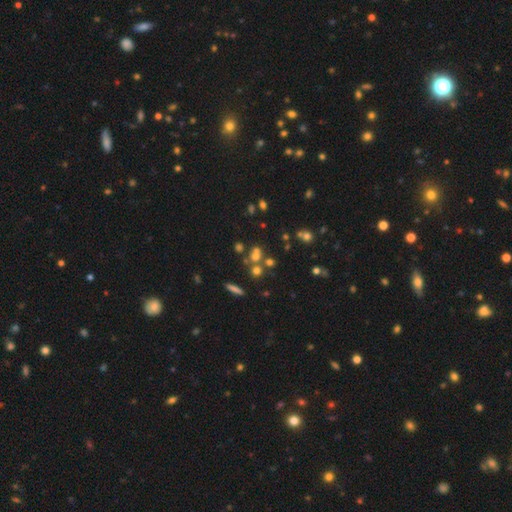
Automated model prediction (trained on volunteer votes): This is possibly a smooth galaxy (54%). How rounded: likely round (75%). Merging: possibly none (49%).